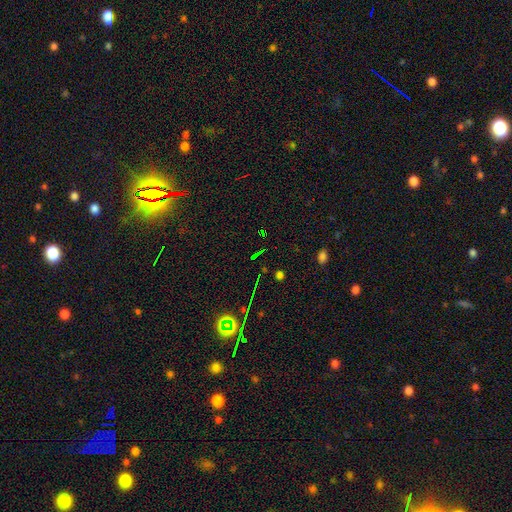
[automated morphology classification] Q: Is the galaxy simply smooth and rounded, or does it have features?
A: star or artifact — 72%.